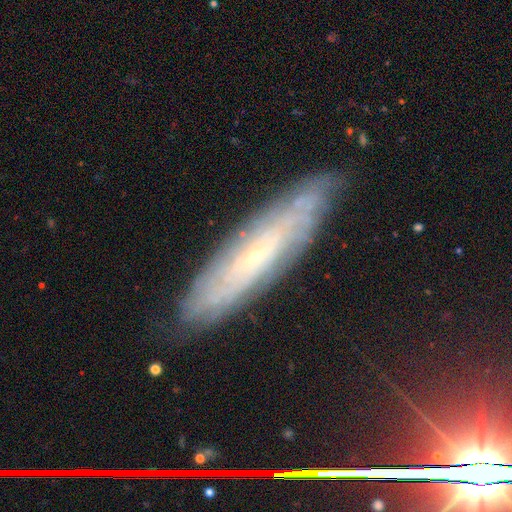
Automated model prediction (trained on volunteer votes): Smooth or featured?
  - featured or disk: 69% *
  - smooth: 21%
  - star or artifact: 10%
Edge-on disk?
  - no: 59% *
  - yes: 41%
Merging?
  - none: 83% *
  - minor disturbance: 13%
  - major disturbance: 3%
  - merger: 1%